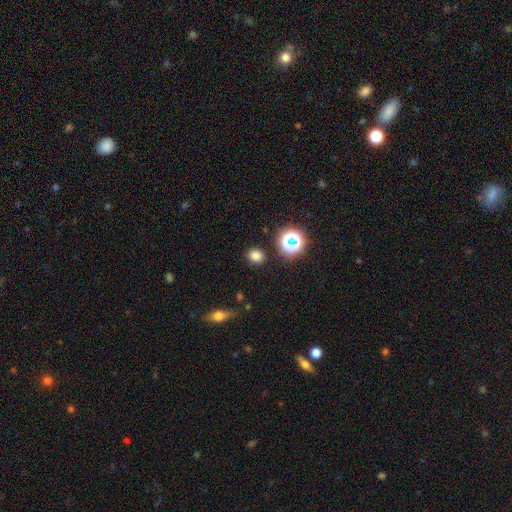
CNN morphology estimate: smooth_or_featured: smooth (p=0.77) [alt: star or artifact p=0.18]
how_rounded: round (p=0.69) [alt: in between p=0.30]
merging: none (p=0.88) [alt: minor disturbance p=0.07]